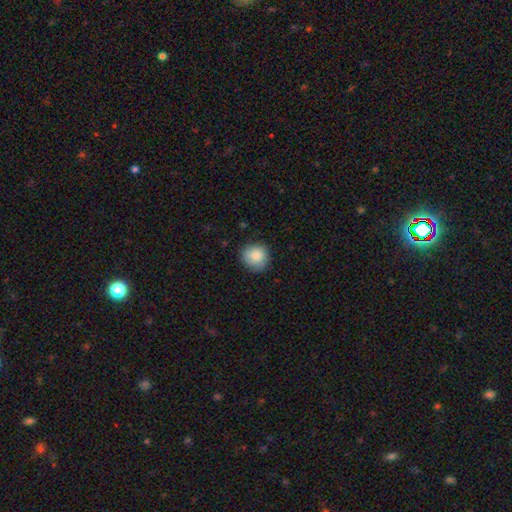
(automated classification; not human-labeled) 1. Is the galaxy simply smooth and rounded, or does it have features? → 86% smooth, 8% star or artifact, 7% featured or disk.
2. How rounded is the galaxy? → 92% round, 7% in between, 1% cigar-shaped.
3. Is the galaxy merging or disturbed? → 83% none, 13% minor disturbance, 3% major disturbance, 1% merger.